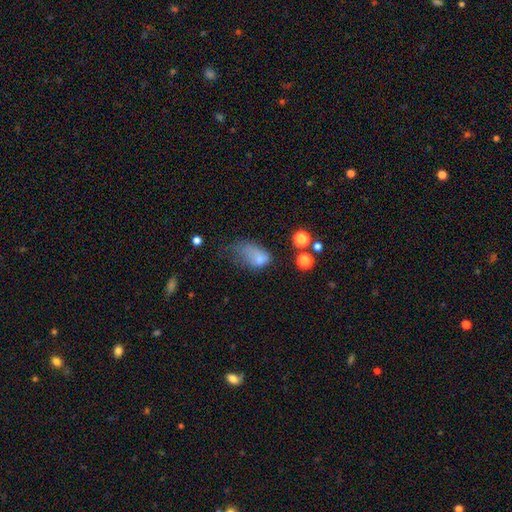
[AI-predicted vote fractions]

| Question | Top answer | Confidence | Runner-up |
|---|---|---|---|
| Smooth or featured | smooth | 67% | featured or disk (19%) |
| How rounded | in between | 84% | round (13%) |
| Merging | major disturbance | 50% | minor disturbance (28%) |